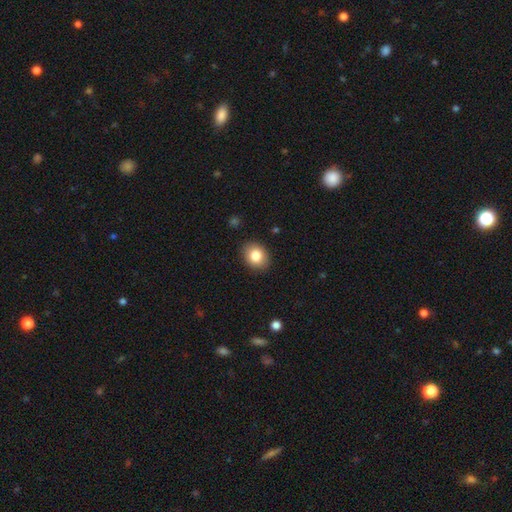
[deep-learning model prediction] The model was most divided on "how rounded": in between: 51%, round: 48%, cigar-shaped: 1%. More confident: merging — none (89%); smooth or featured — smooth (83%).